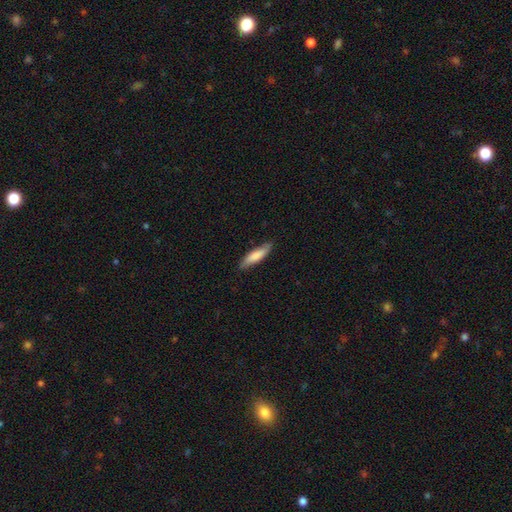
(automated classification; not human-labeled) A smooth galaxy with no disk features (78%) that is cigar-shaped (72%).

Vote fractions:
- Smooth or featured? smooth: 78% / featured or disk: 17% / star or artifact: 5%
- How rounded? cigar-shaped: 72% / in between: 26% / round: 1%
- Merging? none: 83% / minor disturbance: 14% / major disturbance: 2% / merger: 1%